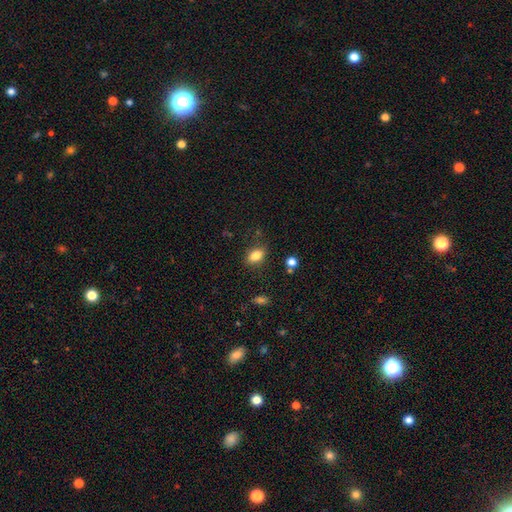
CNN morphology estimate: Q: Smooth or featured?
A: smooth (83%); runner-up: star or artifact (10%)
Q: How rounded?
A: in between (85%); runner-up: round (11%)
Q: Merging?
A: none (81%); runner-up: minor disturbance (13%)